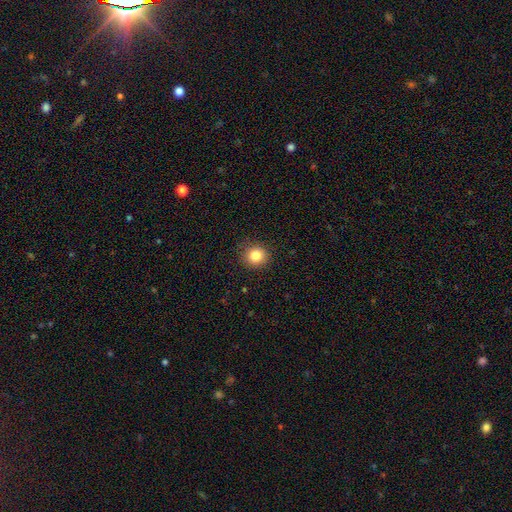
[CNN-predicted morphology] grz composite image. It shows a smooth galaxy with no disk features (83%) that is round (90%). Merging: none (90%).